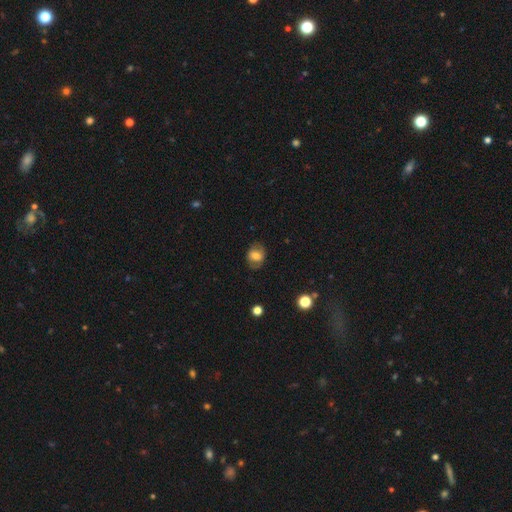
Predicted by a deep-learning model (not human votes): The model was most divided on "how rounded": in between: 51%, round: 48%, cigar-shaped: 1%. More confident: merging — none (74%); smooth or featured — smooth (63%).